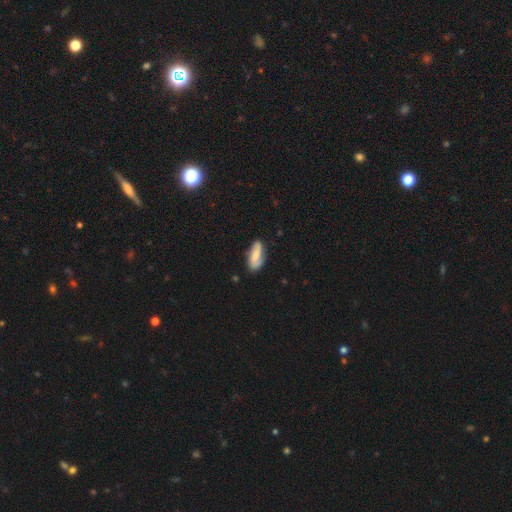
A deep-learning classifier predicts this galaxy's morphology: A featured or disk galaxy (47%). Merging: none (71%).